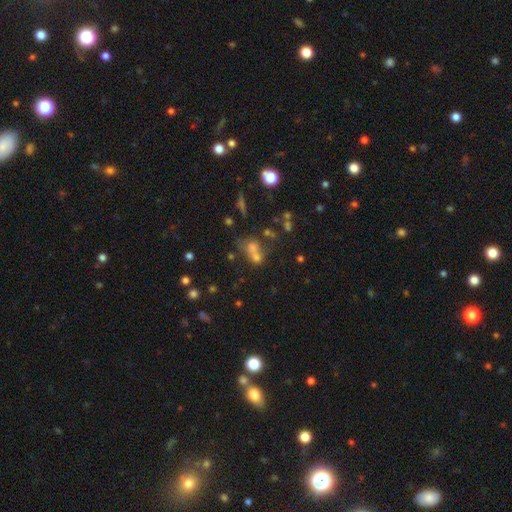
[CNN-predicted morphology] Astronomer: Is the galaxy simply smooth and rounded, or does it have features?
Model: smooth — 56%.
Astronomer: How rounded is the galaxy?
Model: round — 52% (runner-up: in between, 45%).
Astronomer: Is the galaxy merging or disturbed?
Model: merger — 54% (runner-up: none, 30%).